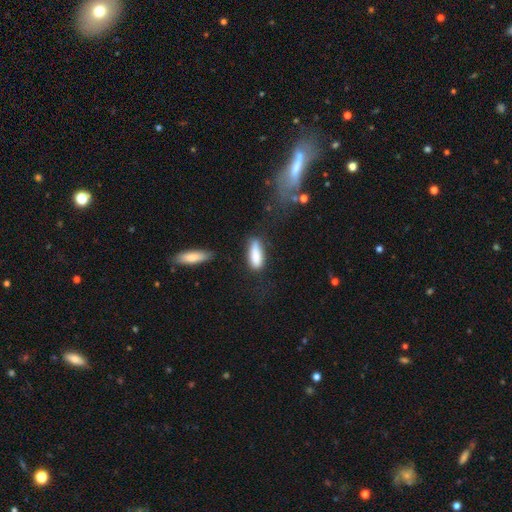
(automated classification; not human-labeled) Q: Smooth or featured?
A: smooth (83%); runner-up: featured or disk (11%)
Q: How rounded?
A: in between (54%); runner-up: cigar-shaped (43%)
Q: Merging?
A: none (63%); runner-up: minor disturbance (23%)